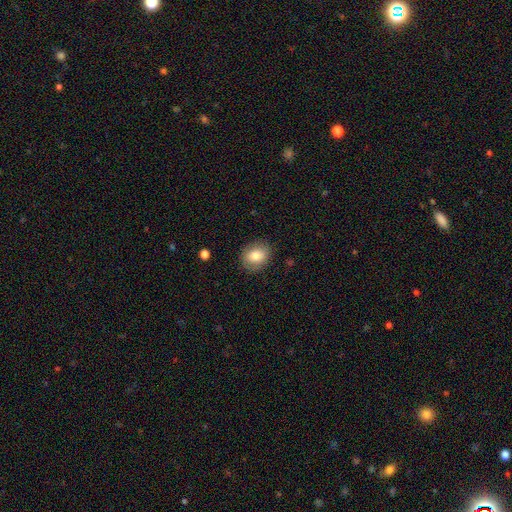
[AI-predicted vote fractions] Q: Smooth or featured?
A: smooth (79%); runner-up: featured or disk (13%)
Q: How rounded?
A: round (53%); runner-up: in between (46%)
Q: Merging?
A: none (85%); runner-up: minor disturbance (11%)